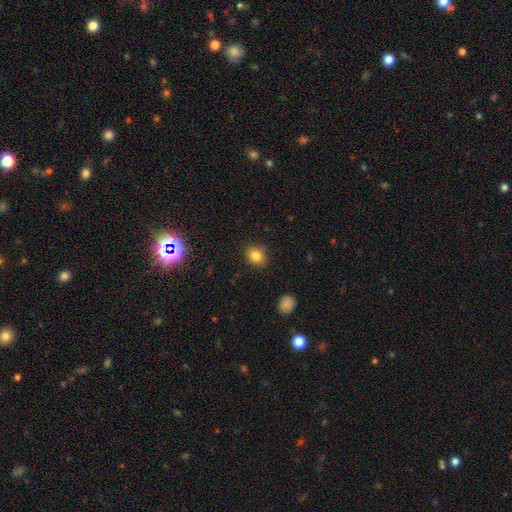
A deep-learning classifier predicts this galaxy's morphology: A smooth galaxy with no disk features (83%) that is round (63%). Merging: none (86%).